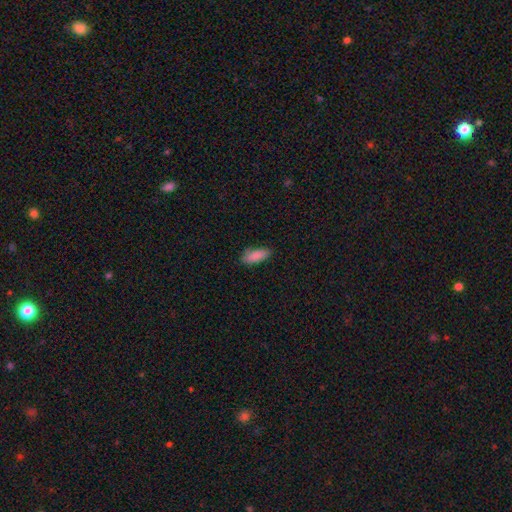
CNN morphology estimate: This is clearly a smooth galaxy (87%). How rounded: likely in between (74%). Merging: likely none (78%).